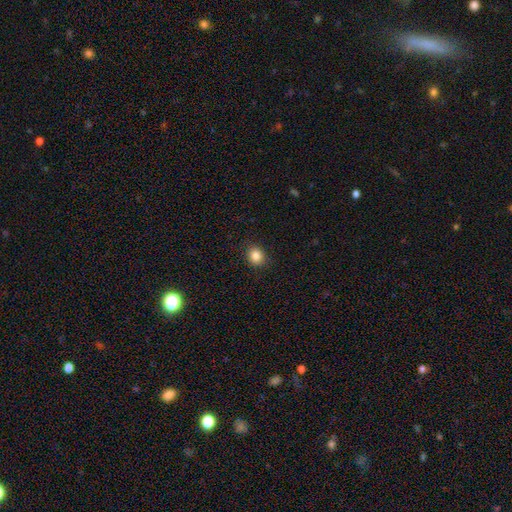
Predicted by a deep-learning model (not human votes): Q: Smooth or featured?
A: smooth (86%); runner-up: star or artifact (10%)
Q: How rounded?
A: round (70%); runner-up: in between (30%)
Q: Merging?
A: none (88%); runner-up: minor disturbance (9%)